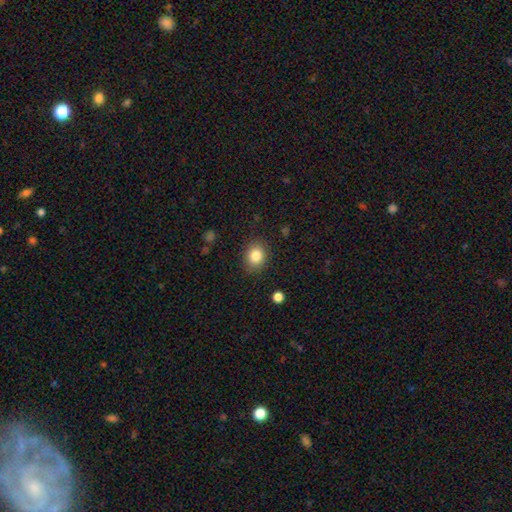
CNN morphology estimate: Smooth or featured? Predicted: smooth (p=0.84). How rounded? Predicted: round (p=0.58). Merging? Predicted: none (p=0.86).